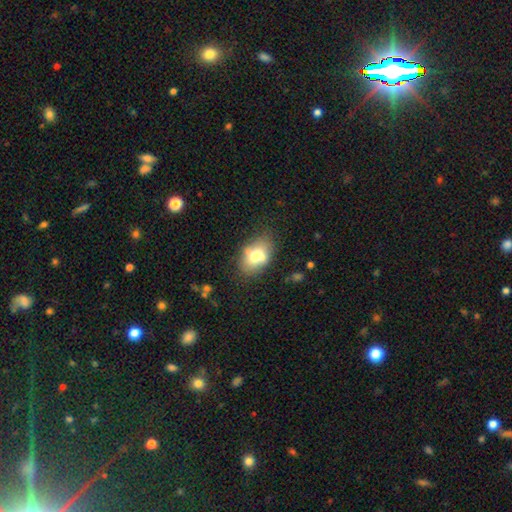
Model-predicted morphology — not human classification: This appears to be a smooth galaxy with no disk features (65%) that is in between round and cigar-shaped (78%). Merging: none (58%).